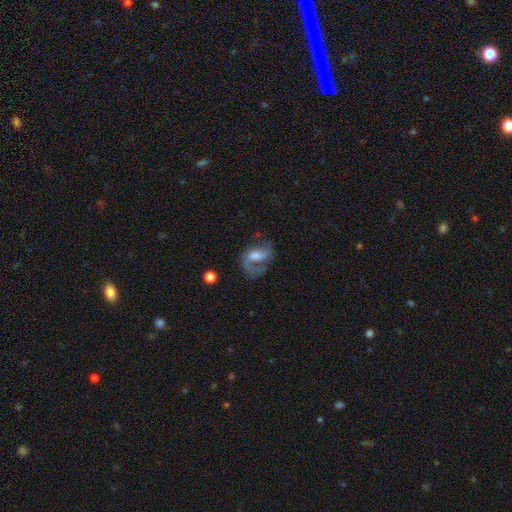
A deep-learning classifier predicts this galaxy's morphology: smooth-or-featured: featured or disk: 75% | smooth: 17% | star or artifact: 8%
  disk-edge-on: no: 97% | yes: 3%
    bar: weak: 47% | no: 32% | strong: 21%
    has-spiral-arms: yes: 91% | no: 9%
      spiral-winding: medium: 45% | loose: 43% | tight: 13%
      spiral-arm-count: 2: 64% | 1: 29% | can't tell: 5% | 3: 1% | 4: 1% | more than 4: 1%
    bulge-size: moderate: 41% | small: 24% | large: 18% | none: 14% | dominant: 2%
  merging: none: 48% | major disturbance: 29% | minor disturbance: 19% | merger: 4%